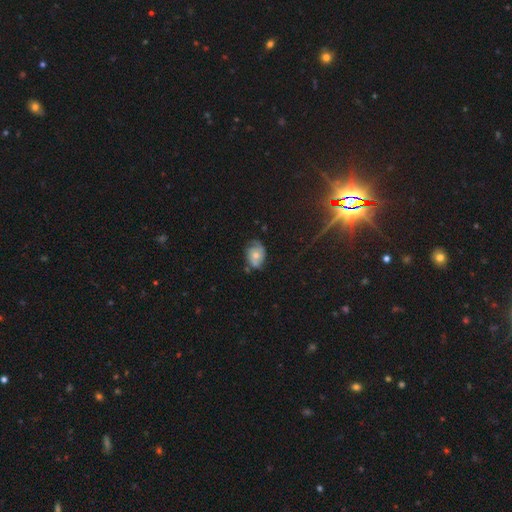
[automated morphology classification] Smooth or featured: featured or disk — 56% (smooth — 33%)
Edge-on disk: no — 96% (yes — 4%)
Bar: no — 77% (weak — 19%)
Spiral arms: yes — 83% (no — 17%)
Bulge size: moderate — 56% (small — 37%)
Merging: none — 55% (minor disturbance — 30%)